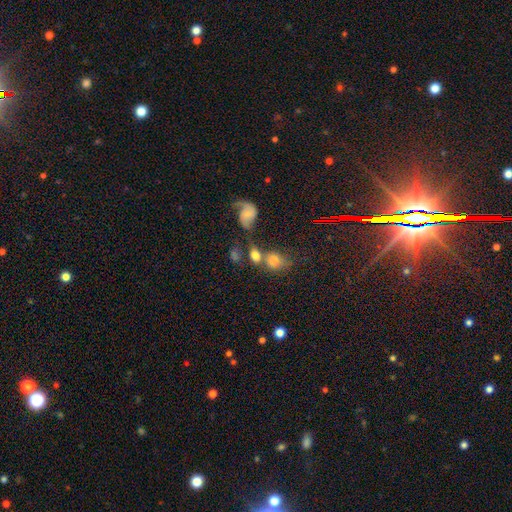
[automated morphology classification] This is likely a smooth galaxy (67%). How rounded: possibly in between (59%). Merging: possibly merger (45%).